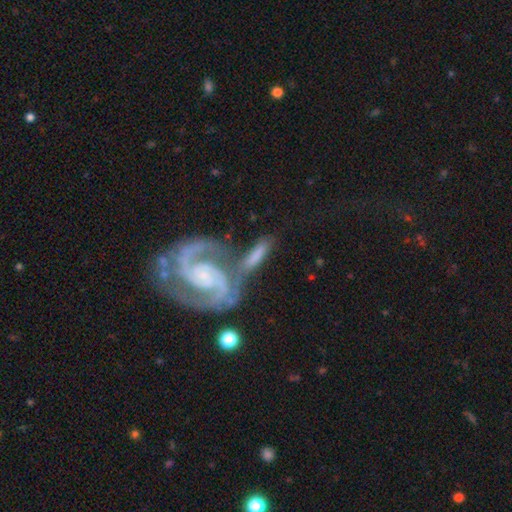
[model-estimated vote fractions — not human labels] The model was most divided on "merging": merger: 43%, none: 35%, minor disturbance: 13%, major disturbance: 9%. More confident: edge-on disk — no (84%); smooth or featured — featured or disk (57%).